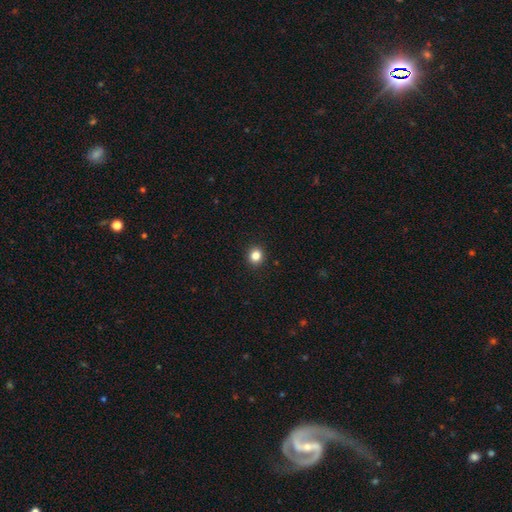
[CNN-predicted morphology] This appears to be a smooth galaxy with no disk features (83%) that is round (87%). Merging: none (93%).